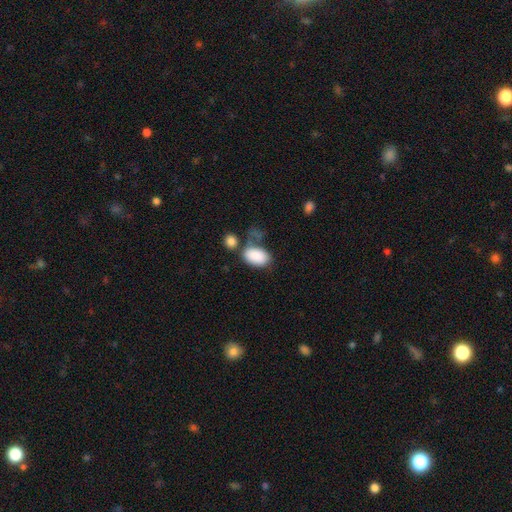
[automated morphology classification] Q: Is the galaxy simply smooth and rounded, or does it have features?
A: smooth — 87%.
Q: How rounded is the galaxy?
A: in between — 92%.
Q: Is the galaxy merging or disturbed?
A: none — 46%.